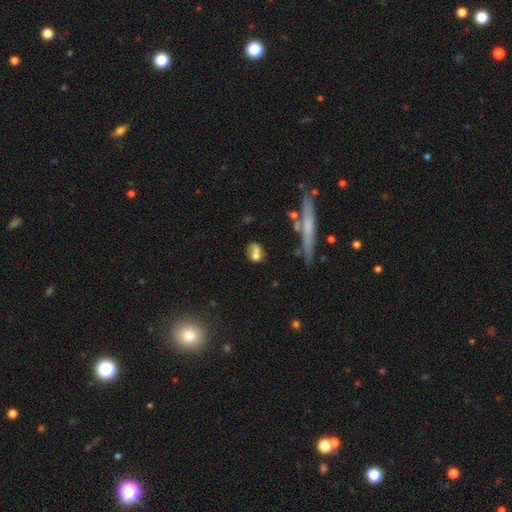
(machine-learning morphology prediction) Smooth or featured?
  - smooth: 60% *
  - featured or disk: 27%
  - star or artifact: 12%
How rounded?
  - in between: 51% *
  - round: 43%
  - cigar-shaped: 6%
Merging?
  - merger: 38% *
  - none: 35%
  - minor disturbance: 15%
  - major disturbance: 12%